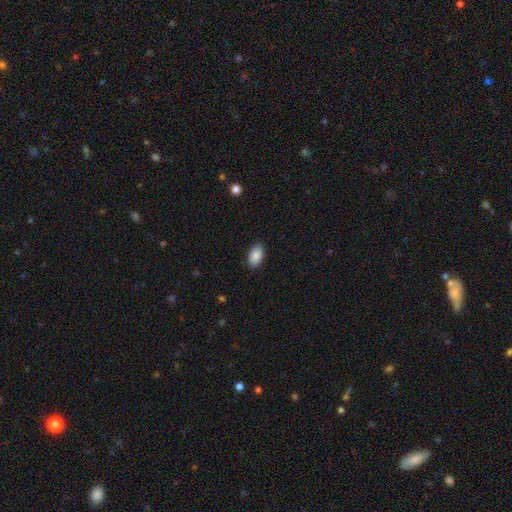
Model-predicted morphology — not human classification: smooth 89%, star or artifact 7%, featured or disk 4%. Down the decision tree: how rounded — in between (94%); merging — none (88%).